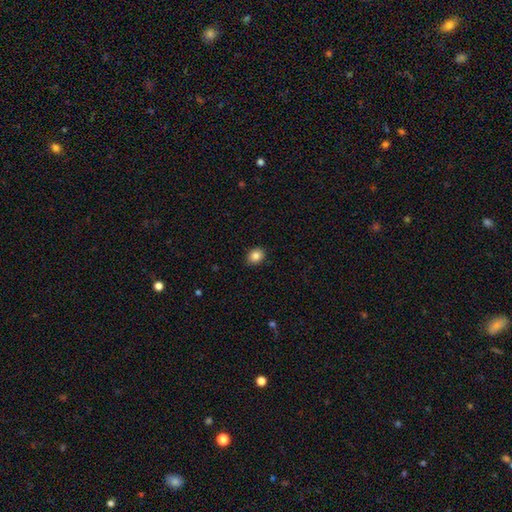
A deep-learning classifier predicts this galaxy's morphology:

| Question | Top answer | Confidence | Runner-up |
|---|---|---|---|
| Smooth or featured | smooth | 85% | star or artifact (9%) |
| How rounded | in between | 51% | round (48%) |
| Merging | none | 88% | minor disturbance (9%) |